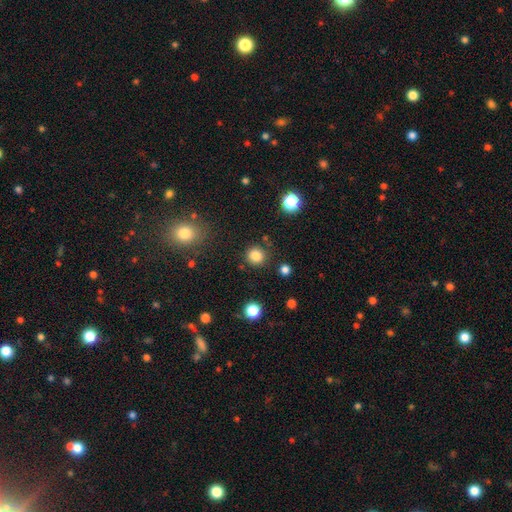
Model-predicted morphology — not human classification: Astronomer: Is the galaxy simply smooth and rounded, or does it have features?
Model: smooth — 84%.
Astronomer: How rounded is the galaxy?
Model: round — 89%.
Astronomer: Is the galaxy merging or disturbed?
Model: none — 87%.